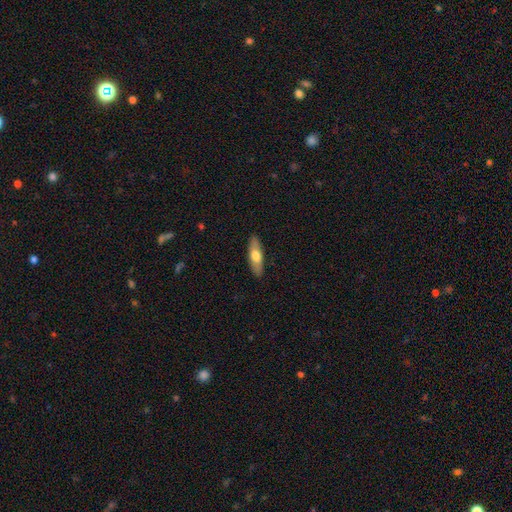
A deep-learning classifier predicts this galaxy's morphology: smooth_or_featured: smooth (p=0.62) [alt: featured or disk p=0.33]
how_rounded: cigar-shaped (p=0.50) [alt: in between p=0.48]
merging: none (p=0.89) [alt: minor disturbance p=0.08]